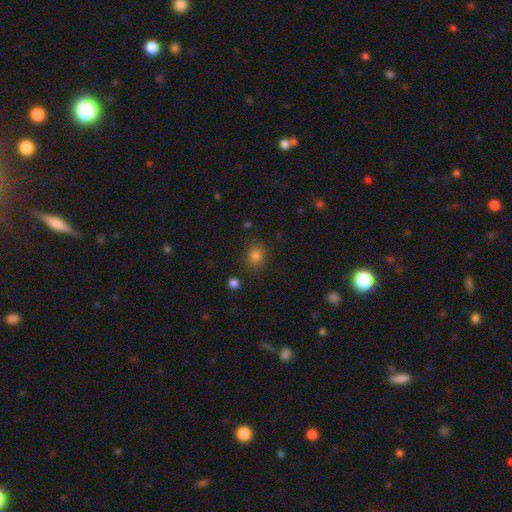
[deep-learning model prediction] Q: Smooth or featured?
A: smooth (81%); runner-up: star or artifact (13%)
Q: How rounded?
A: round (70%); runner-up: in between (29%)
Q: Merging?
A: none (83%); runner-up: minor disturbance (11%)